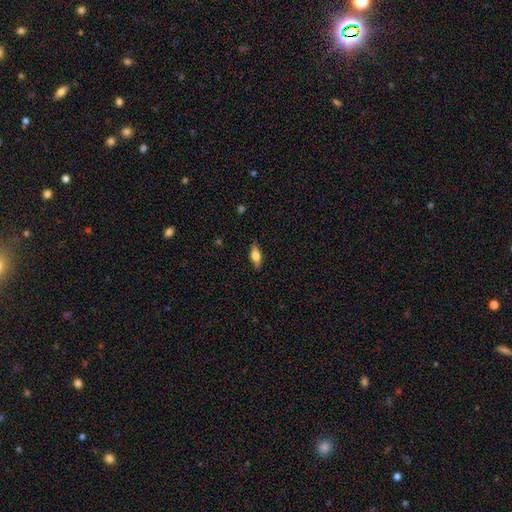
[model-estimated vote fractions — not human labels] Overall: smooth (67%). How rounded: in between (73%). Merging: none (86%).